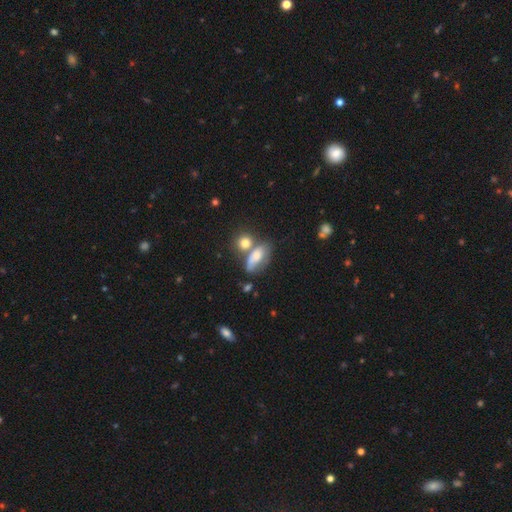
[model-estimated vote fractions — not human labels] Smooth or featured? smooth (62%)
How rounded? in between (75%)
Merging? none (36%)